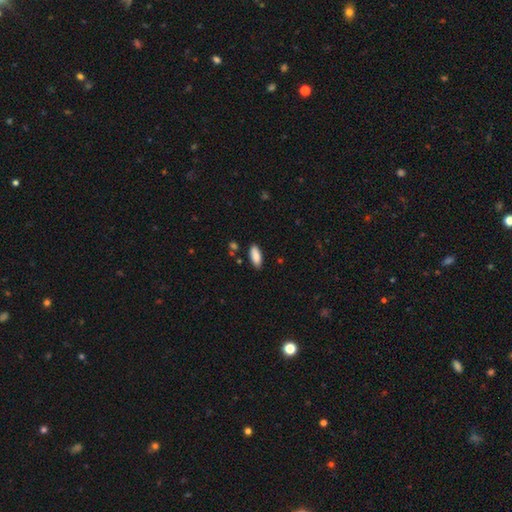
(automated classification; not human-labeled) Smooth or featured?
  - smooth: 89% *
  - star or artifact: 6%
  - featured or disk: 5%
How rounded?
  - in between: 82% *
  - cigar-shaped: 17%
  - round: 2%
Merging?
  - none: 85% *
  - minor disturbance: 11%
  - merger: 2%
  - major disturbance: 2%